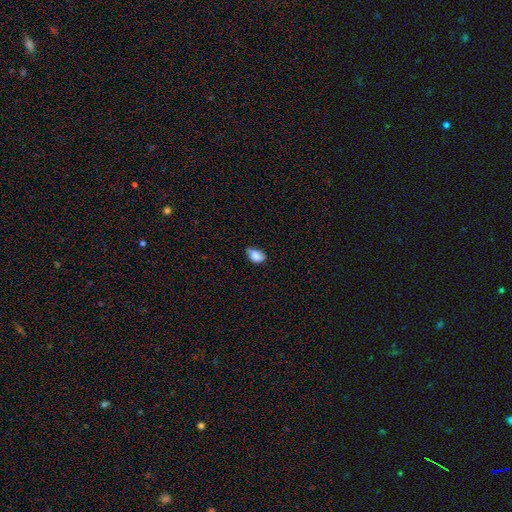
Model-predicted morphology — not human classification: smooth-or-featured: smooth: 80% | featured or disk: 11% | star or artifact: 9%
  how-rounded: in between: 81% | round: 18% | cigar-shaped: 2%
  merging: none: 44% | minor disturbance: 43% | major disturbance: 9% | merger: 4%